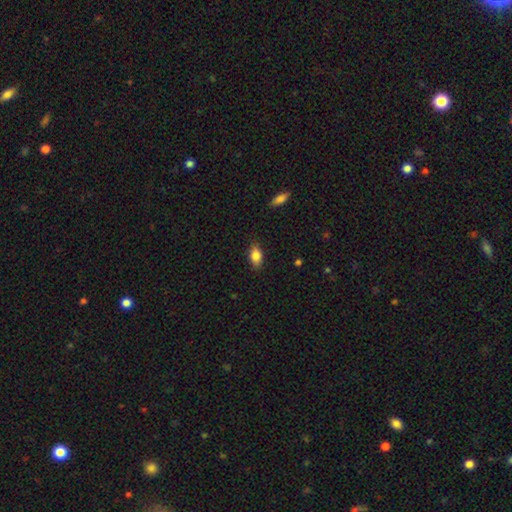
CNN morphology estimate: Smooth or featured? smooth (84%)
How rounded? in between (88%)
Merging? none (85%)